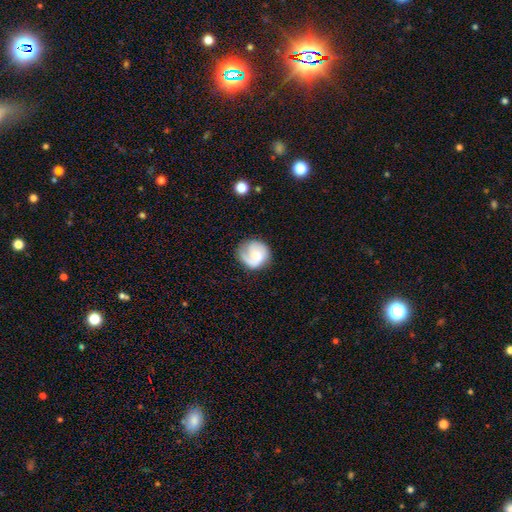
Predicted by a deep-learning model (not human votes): This is possibly a featured or disk galaxy (52%). It is clearly not viewed edge-on (98%). Bar: possibly no (57%). Spiral arm pattern: clearly yes (88%). Central bulge: marginally small (34%). Merging: likely none (66%).